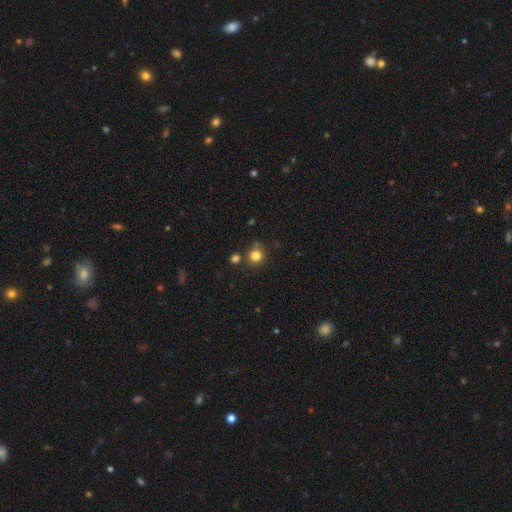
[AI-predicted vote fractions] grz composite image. It shows a smooth galaxy with no disk features (81%) that is round (92%). Merging: none (79%).